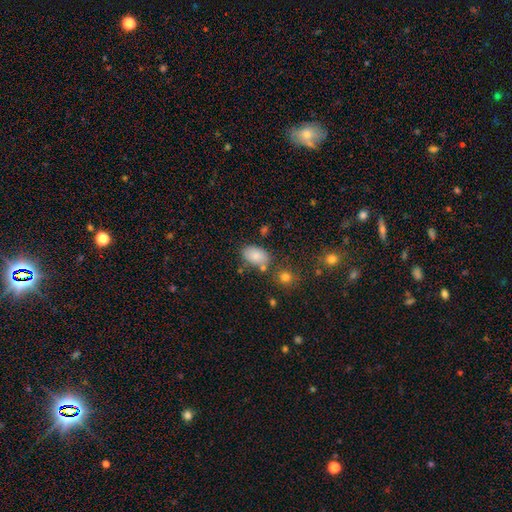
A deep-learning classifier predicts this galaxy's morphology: smooth-or-featured: smooth: 81% | featured or disk: 9% | star or artifact: 9%
  how-rounded: in between: 89% | round: 10% | cigar-shaped: 1%
  merging: none: 70% | minor disturbance: 16% | merger: 10% | major disturbance: 4%